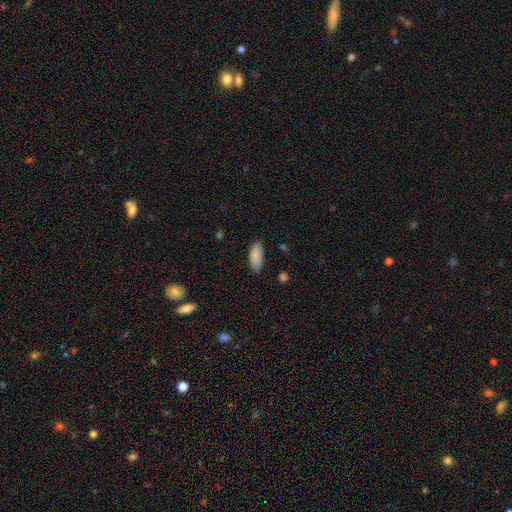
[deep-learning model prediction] Smooth or featured? smooth (87%)
How rounded? in between (86%)
Merging? none (80%)